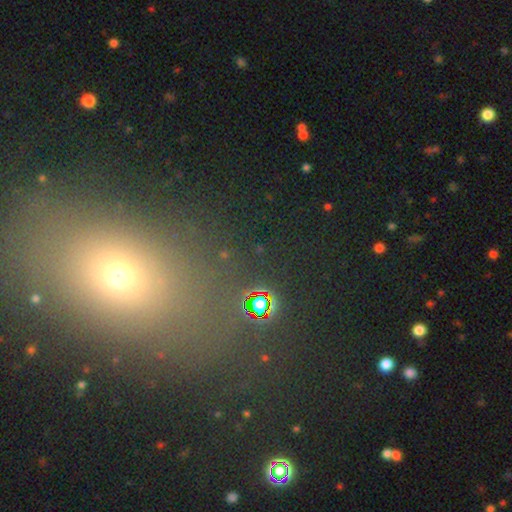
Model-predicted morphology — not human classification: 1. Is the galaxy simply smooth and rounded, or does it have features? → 50% star or artifact, 38% smooth, 12% featured or disk.